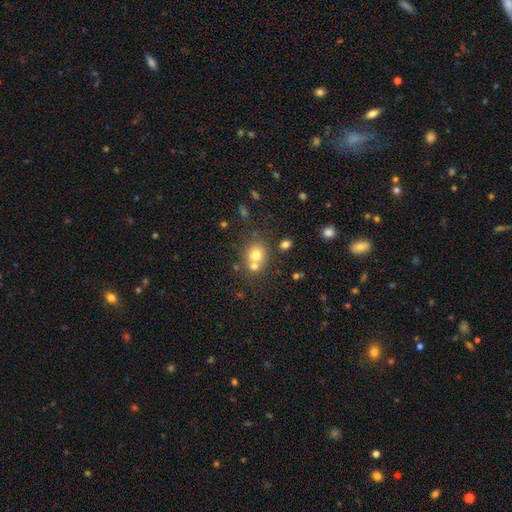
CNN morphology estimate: Smooth or featured? Predicted: smooth (p=0.71). How rounded? Predicted: round (p=0.77). Merging? Predicted: none (p=0.48).